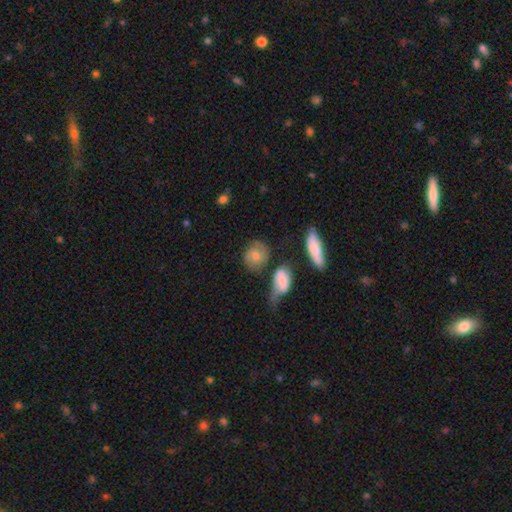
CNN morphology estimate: This is likely a smooth galaxy (68%). How rounded: likely round (62%). Merging: possibly none (57%).